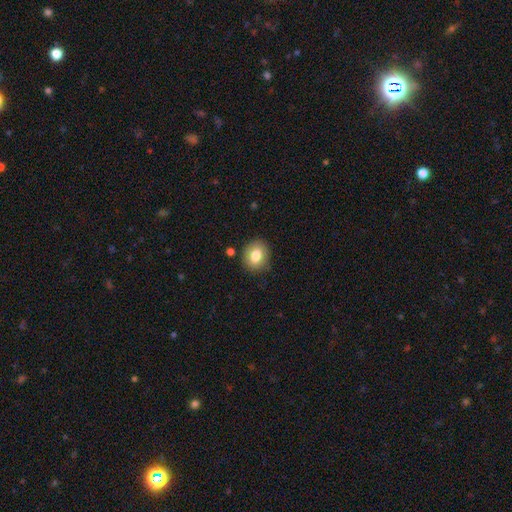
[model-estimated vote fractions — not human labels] Morphology: type=smooth (80%); roundness=round (67%); merging=none (86%).